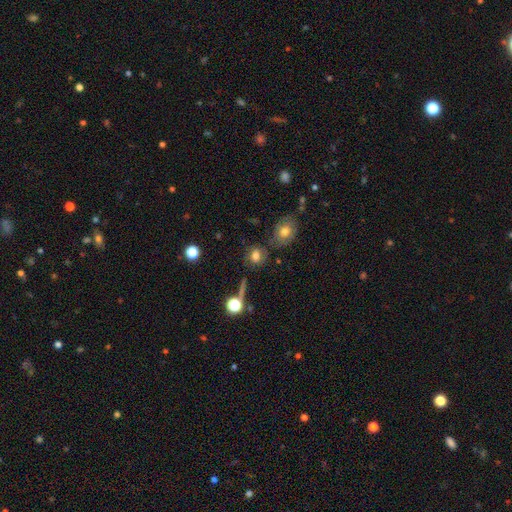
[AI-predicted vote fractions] This appears to be a smooth galaxy with no disk features (69%) that is round (54%). Merging: none (63%).